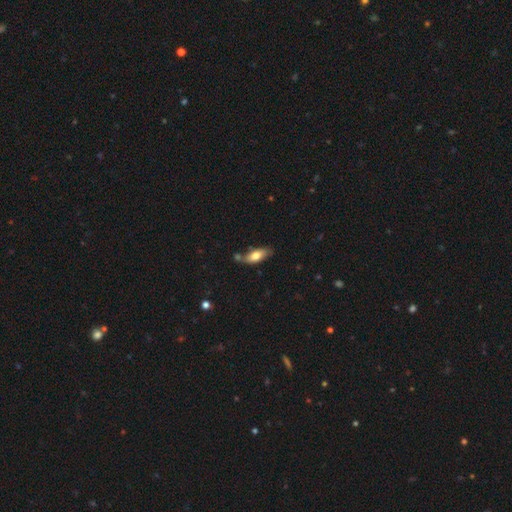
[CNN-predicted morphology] Q: Smooth or featured?
A: smooth (72%); runner-up: featured or disk (22%)
Q: How rounded?
A: in between (78%); runner-up: cigar-shaped (19%)
Q: Merging?
A: none (63%); runner-up: minor disturbance (20%)